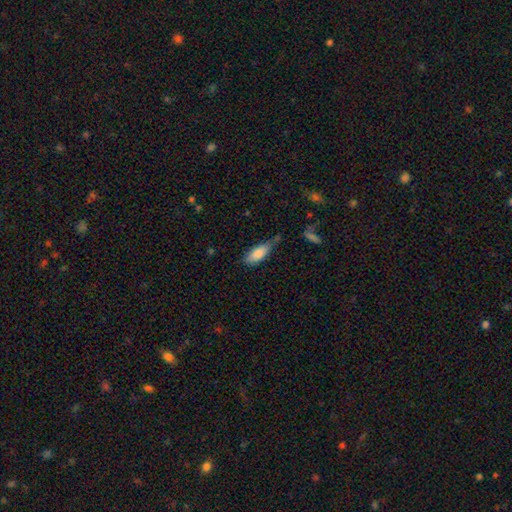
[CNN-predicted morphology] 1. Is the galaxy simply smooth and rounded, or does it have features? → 81% smooth, 12% featured or disk, 7% star or artifact.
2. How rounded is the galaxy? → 73% in between, 25% cigar-shaped, 2% round.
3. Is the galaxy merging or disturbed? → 53% none, 31% minor disturbance, 8% merger, 8% major disturbance.